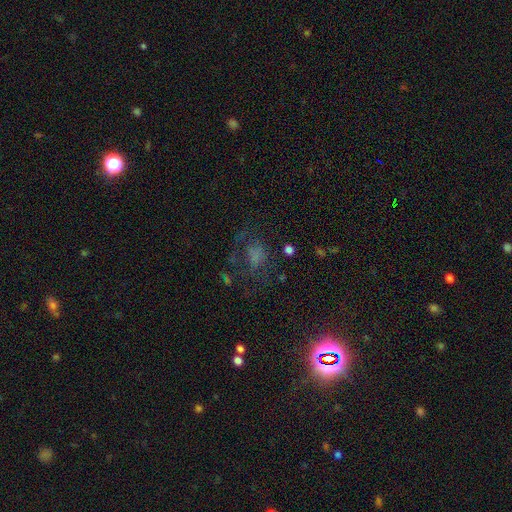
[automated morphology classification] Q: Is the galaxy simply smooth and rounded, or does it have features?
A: smooth — 45%.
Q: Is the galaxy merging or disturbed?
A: none — 47%.